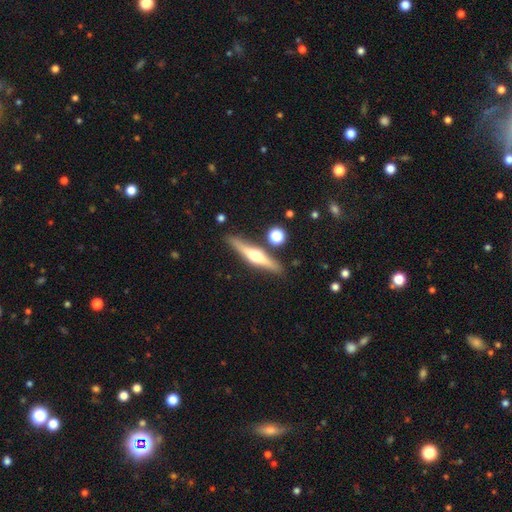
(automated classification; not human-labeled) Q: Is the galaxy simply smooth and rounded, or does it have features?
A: featured or disk — 66%.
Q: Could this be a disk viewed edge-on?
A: yes — 96%.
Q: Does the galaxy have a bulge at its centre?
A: rounded — 92%.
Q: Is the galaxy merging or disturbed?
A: none — 84%.